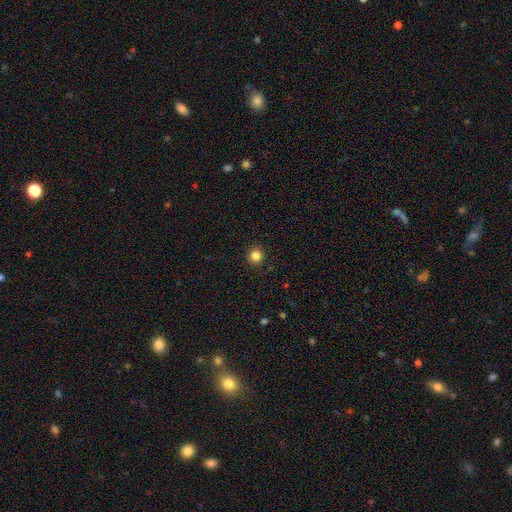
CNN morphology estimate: A smooth galaxy with no disk features (83%) that is round (92%).

Vote fractions:
- Smooth or featured? smooth: 83% / star or artifact: 12% / featured or disk: 4%
- How rounded? round: 92% / in between: 7% / cigar-shaped: 1%
- Merging? none: 92% / minor disturbance: 5% / major disturbance: 2% / merger: 1%